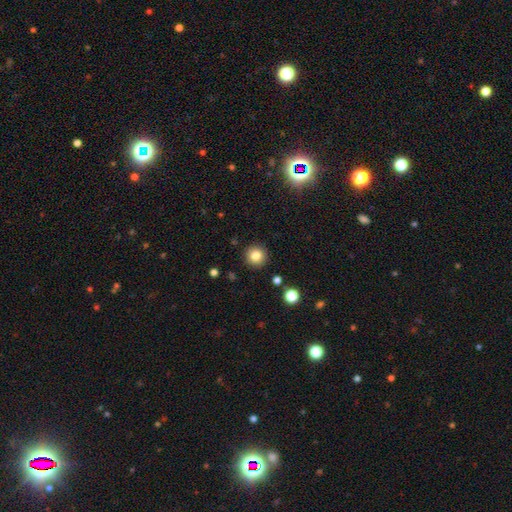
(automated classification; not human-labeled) smooth_or_featured: smooth (p=0.82) [alt: star or artifact p=0.11]
how_rounded: round (p=0.95) [alt: in between p=0.04]
merging: none (p=0.91) [alt: minor disturbance p=0.06]